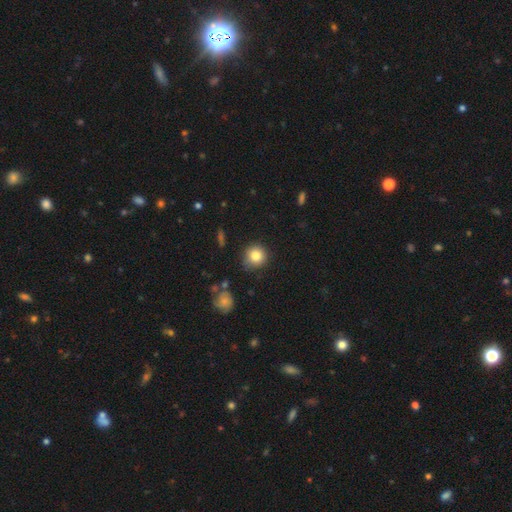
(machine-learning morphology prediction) type=smooth (83%); roundness=round (92%); merging=none (83%).